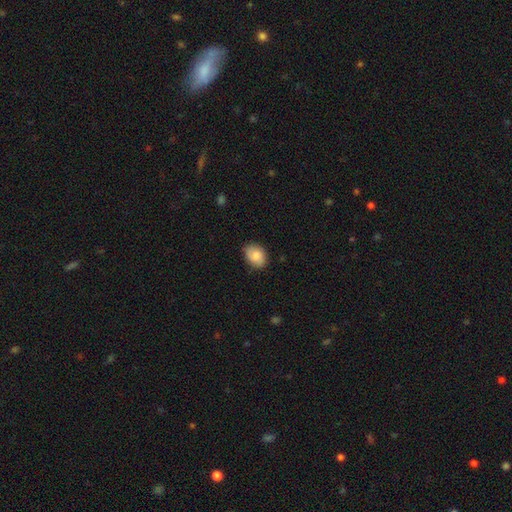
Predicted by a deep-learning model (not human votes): Smooth or featured? Predicted: smooth (p=0.85). How rounded? Predicted: in between (p=0.72). Merging? Predicted: none (p=0.78).